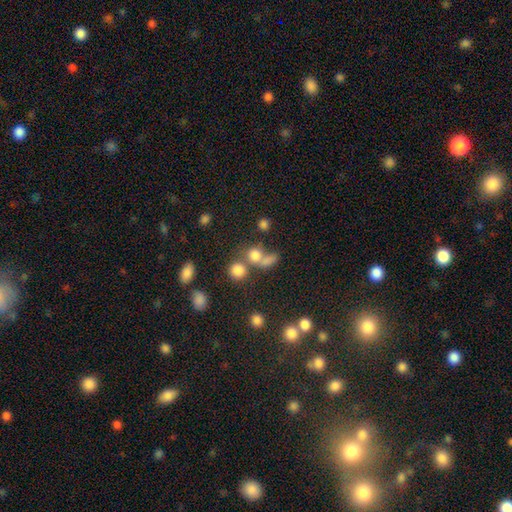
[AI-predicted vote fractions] This appears to be a smooth galaxy with no disk features (74%) that is round (75%). Merging: merger (43%).